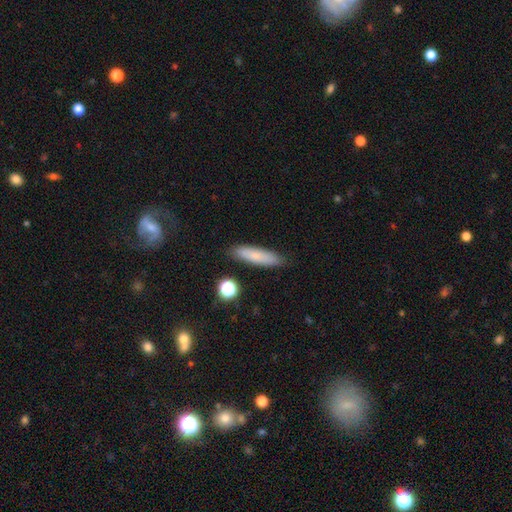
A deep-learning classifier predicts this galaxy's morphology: Smooth or featured? smooth (77%)
How rounded? cigar-shaped (74%)
Merging? none (86%)